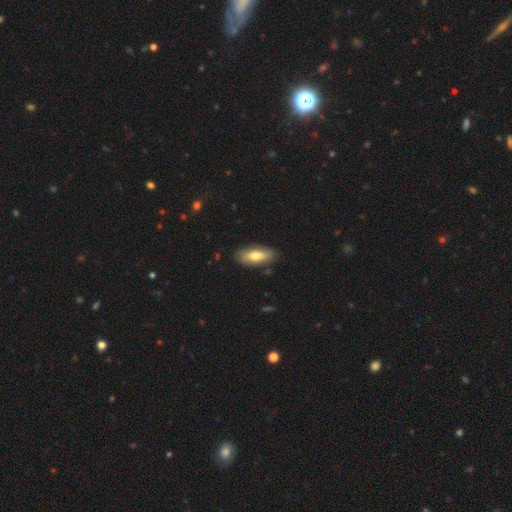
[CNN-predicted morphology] Q: Smooth or featured?
A: smooth (66%); runner-up: featured or disk (29%)
Q: How rounded?
A: in between (76%); runner-up: cigar-shaped (22%)
Q: Merging?
A: none (83%); runner-up: minor disturbance (13%)